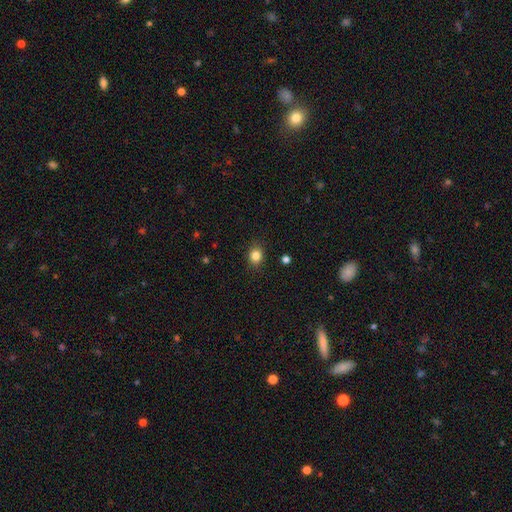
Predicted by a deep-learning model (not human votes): This appears to be a smooth galaxy with no disk features (84%) that is round (62%). Merging: none (88%).